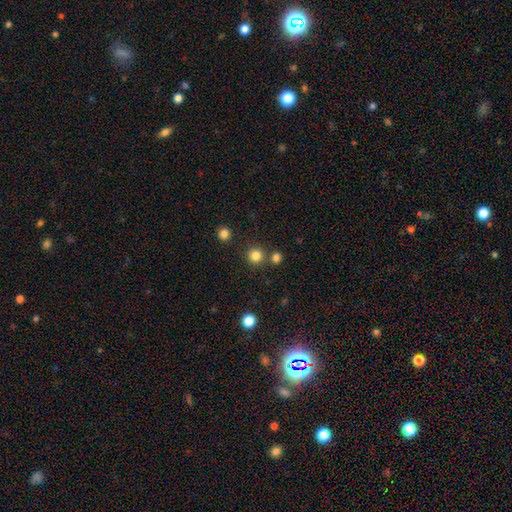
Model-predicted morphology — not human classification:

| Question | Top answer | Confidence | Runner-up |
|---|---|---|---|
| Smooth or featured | smooth | 82% | star or artifact (14%) |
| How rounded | round | 94% | in between (5%) |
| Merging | none | 80% | merger (11%) |